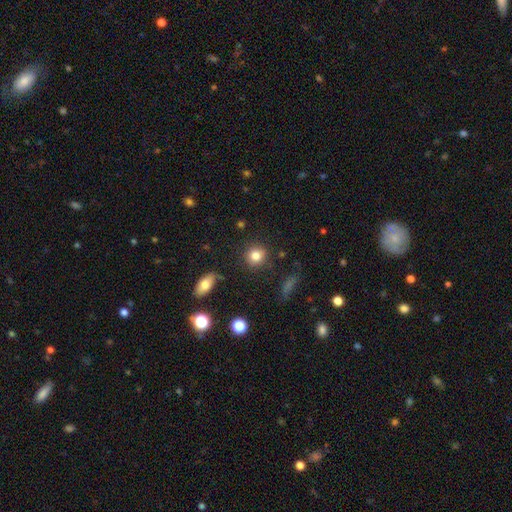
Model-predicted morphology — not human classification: The model was most divided on "how rounded": round: 84%, in between: 14%, cigar-shaped: 1%. More confident: merging — none (85%); smooth or featured — smooth (83%).